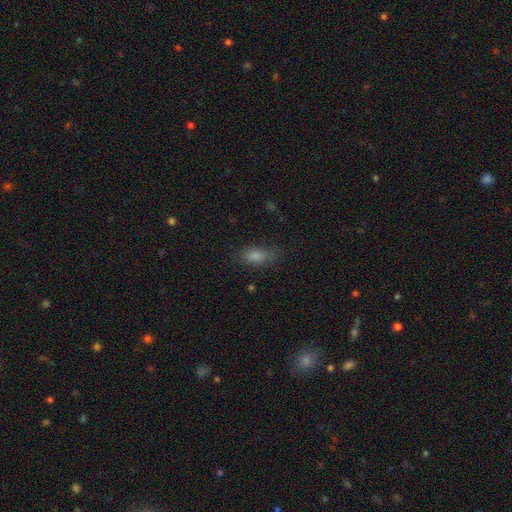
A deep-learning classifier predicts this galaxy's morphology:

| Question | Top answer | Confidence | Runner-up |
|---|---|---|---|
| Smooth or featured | smooth | 76% | star or artifact (15%) |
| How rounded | in between | 79% | cigar-shaped (12%) |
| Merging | none | 73% | minor disturbance (19%) |